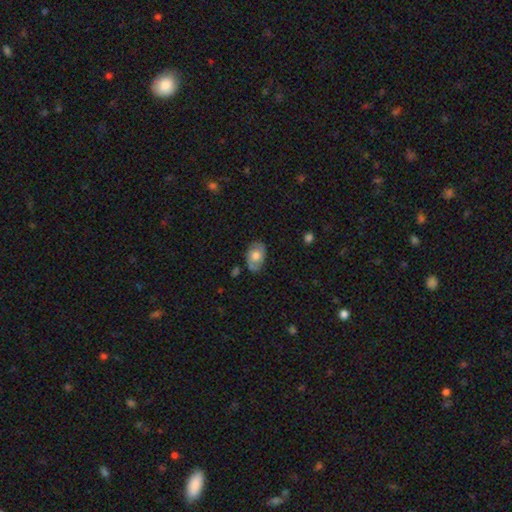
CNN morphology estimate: Smooth or featured: smooth — 63% (featured or disk — 30%)
How rounded: in between — 86% (round — 13%)
Merging: none — 77% (minor disturbance — 18%)